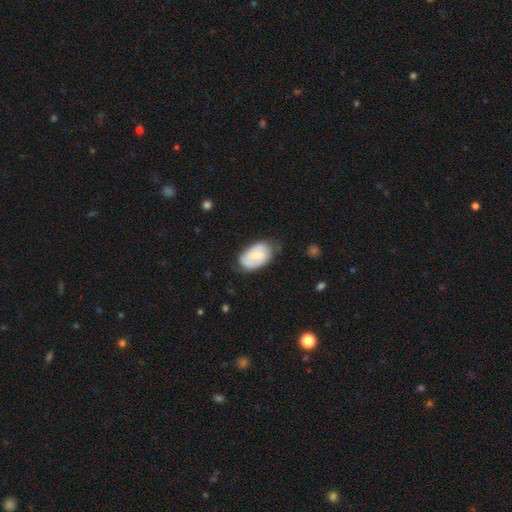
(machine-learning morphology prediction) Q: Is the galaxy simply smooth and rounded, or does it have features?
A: smooth — 49%.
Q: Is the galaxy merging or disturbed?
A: none — 63%.